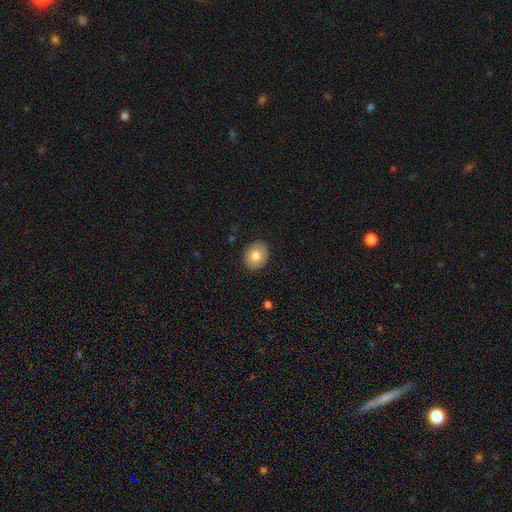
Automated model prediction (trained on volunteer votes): smooth-or-featured: smooth: 79% | featured or disk: 13% | star or artifact: 8%
  how-rounded: round: 61% | in between: 38% | cigar-shaped: 1%
  merging: none: 88% | minor disturbance: 9% | major disturbance: 2% | merger: 1%